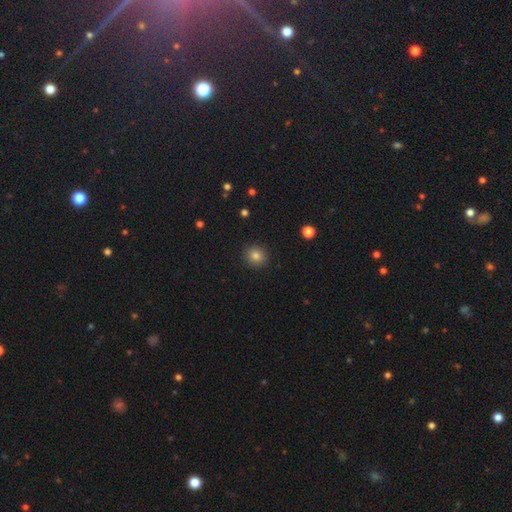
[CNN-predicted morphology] type=smooth (82%); roundness=round (90%); merging=none (92%).